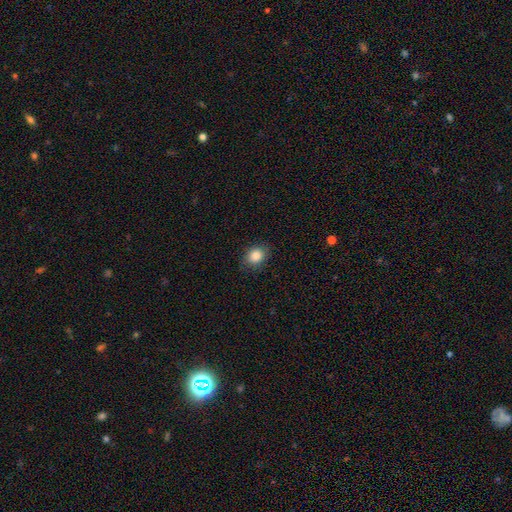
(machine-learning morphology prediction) Overall: smooth (85%). How rounded: in between (53%; round 46%). Merging: none (84%).